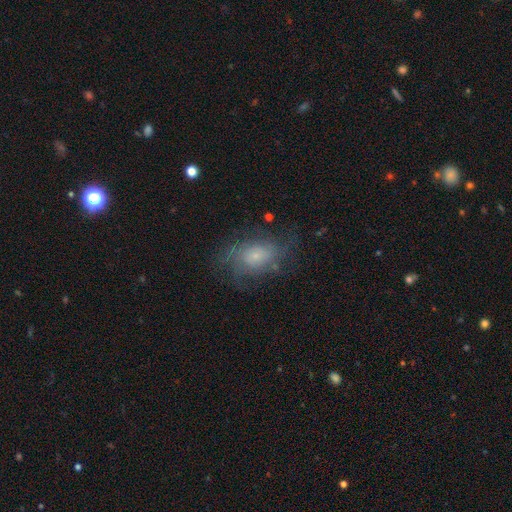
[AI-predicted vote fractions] Smooth or featured? Predicted: featured or disk (p=0.56). Edge-on disk? Predicted: no (p=0.96). Bar? Predicted: no (p=0.78). Spiral arms? Predicted: yes (p=0.77). Bulge size? Predicted: small (p=0.69). Merging? Predicted: none (p=0.60).